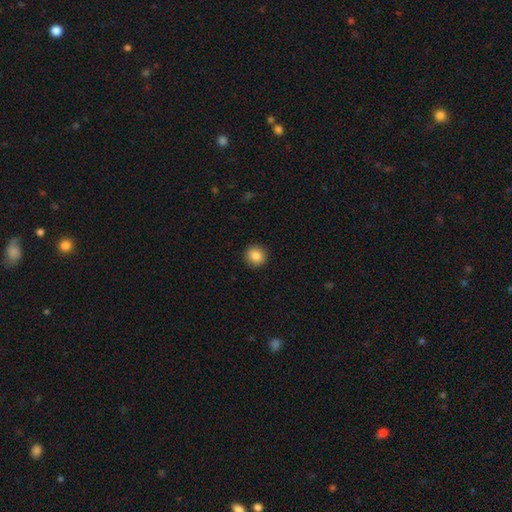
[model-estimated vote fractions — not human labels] Smooth or featured?
  - smooth: 87% *
  - star or artifact: 9%
  - featured or disk: 5%
How rounded?
  - round: 91% *
  - in between: 8%
  - cigar-shaped: 1%
Merging?
  - none: 92% *
  - minor disturbance: 6%
  - major disturbance: 2%
  - merger: 1%